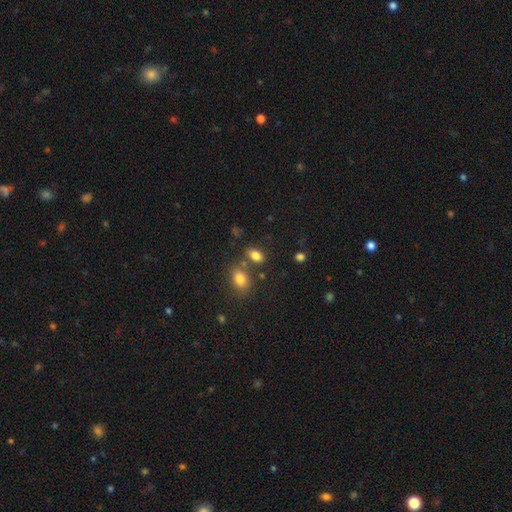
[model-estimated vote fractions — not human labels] smooth 82%, star or artifact 10%, featured or disk 8%. Down the decision tree: how rounded — in between (86%); merging — none (68%).